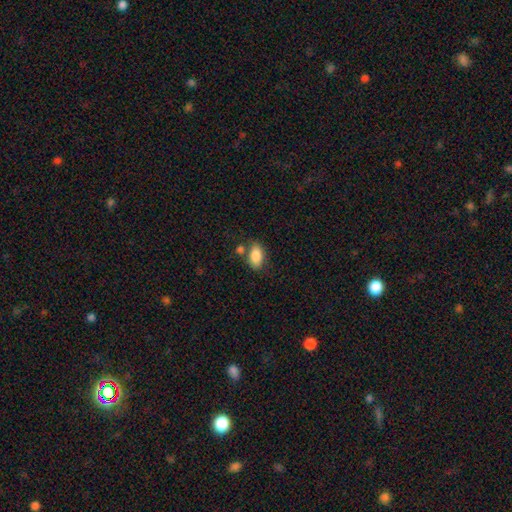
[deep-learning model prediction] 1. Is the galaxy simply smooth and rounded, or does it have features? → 85% smooth, 7% star or artifact, 7% featured or disk.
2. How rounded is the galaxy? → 90% in between, 7% round, 3% cigar-shaped.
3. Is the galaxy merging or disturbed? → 65% none, 16% minor disturbance, 14% merger, 5% major disturbance.